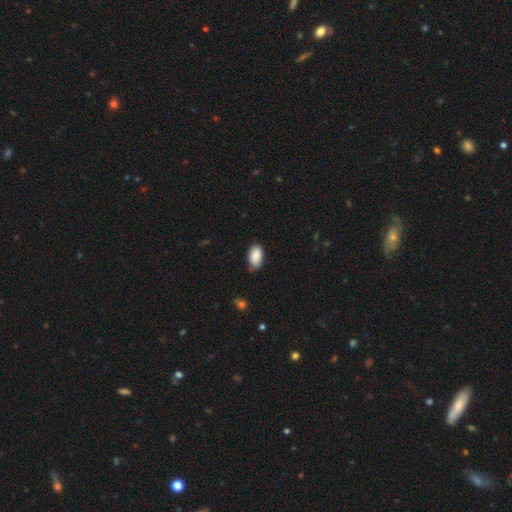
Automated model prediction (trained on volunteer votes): Smooth or featured? smooth (89%)
How rounded? in between (94%)
Merging? none (69%)